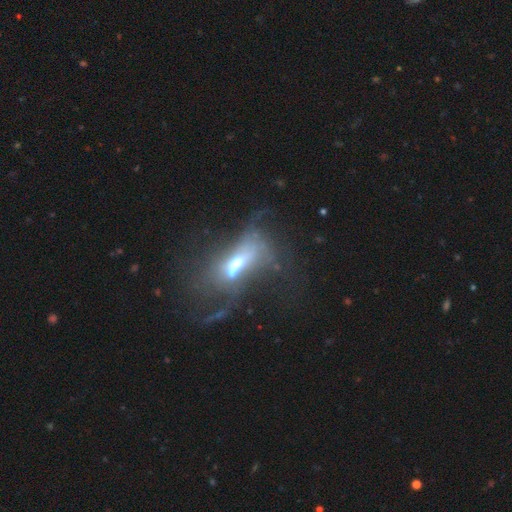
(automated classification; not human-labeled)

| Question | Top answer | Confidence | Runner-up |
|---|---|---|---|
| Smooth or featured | featured or disk | 60% | smooth (23%) |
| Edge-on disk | no | 83% | yes (17%) |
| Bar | no | 51% | weak (31%) |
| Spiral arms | no | 56% | yes (44%) |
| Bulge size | moderate | 58% | small (23%) |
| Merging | major disturbance | 43% | none (30%) |